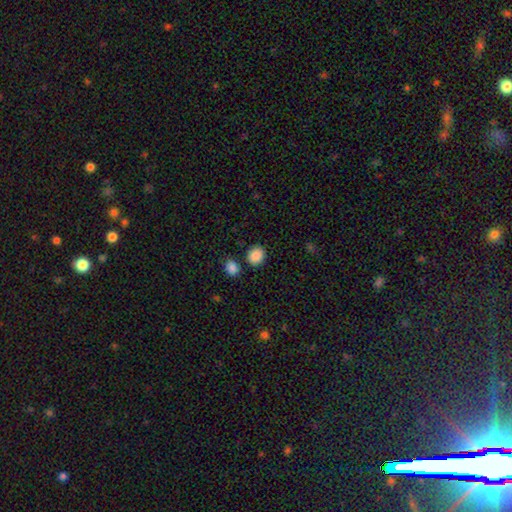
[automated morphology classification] Smooth or featured: smooth — 88% (star or artifact — 9%)
How rounded: round — 67% (in between — 32%)
Merging: none — 82% (minor disturbance — 9%)